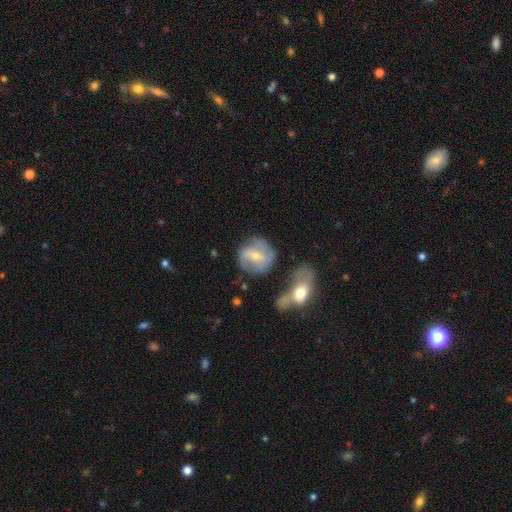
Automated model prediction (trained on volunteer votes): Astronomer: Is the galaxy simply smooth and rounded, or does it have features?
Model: featured or disk — 61%.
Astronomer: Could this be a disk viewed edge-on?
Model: no — 95%.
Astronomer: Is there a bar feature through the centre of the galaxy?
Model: weak — 41% (runner-up: no, 37%).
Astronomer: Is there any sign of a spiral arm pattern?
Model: yes — 72%.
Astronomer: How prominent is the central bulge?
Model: small — 58% (runner-up: moderate, 38%).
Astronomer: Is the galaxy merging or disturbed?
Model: none — 58%.